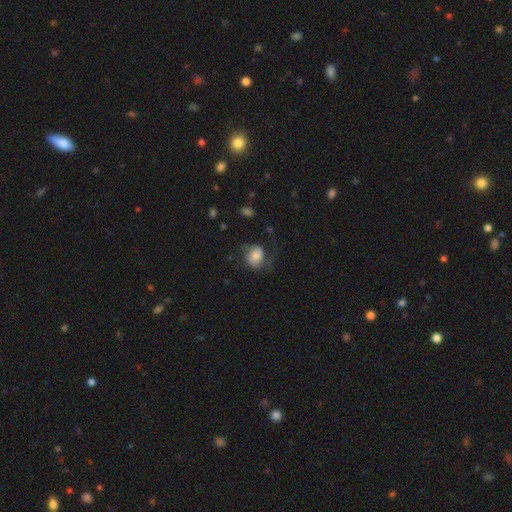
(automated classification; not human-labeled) The model was most divided on "how rounded": round: 55%, in between: 44%, cigar-shaped: 1%. Remaining: smooth or featured — smooth (68%); merging — none (47%).